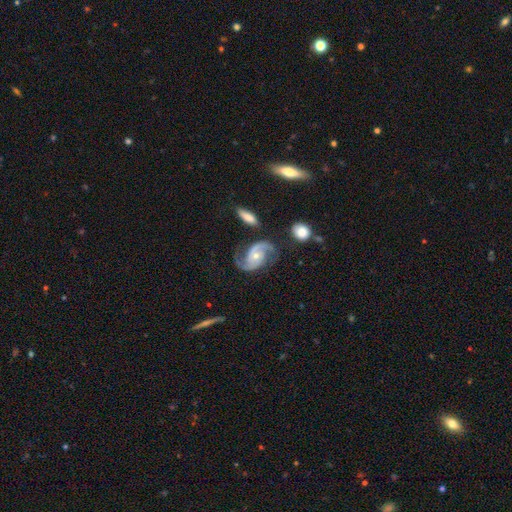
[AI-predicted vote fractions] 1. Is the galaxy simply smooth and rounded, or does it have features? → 90% featured or disk, 5% smooth, 5% star or artifact.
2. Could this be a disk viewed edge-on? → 97% no, 3% yes.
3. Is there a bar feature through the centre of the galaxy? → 63% no, 27% weak, 10% strong.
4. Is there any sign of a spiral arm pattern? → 98% yes, 2% no.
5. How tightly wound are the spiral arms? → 51% medium, 31% loose, 18% tight.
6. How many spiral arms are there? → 92% 2, 2% can't tell, 2% 1, 2% 3, 1% 4, 1% more than 4.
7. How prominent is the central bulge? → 51% small, 45% moderate, 2% large, 1% none, 1% dominant.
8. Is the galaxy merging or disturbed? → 69% none, 18% minor disturbance, 9% major disturbance, 4% merger.